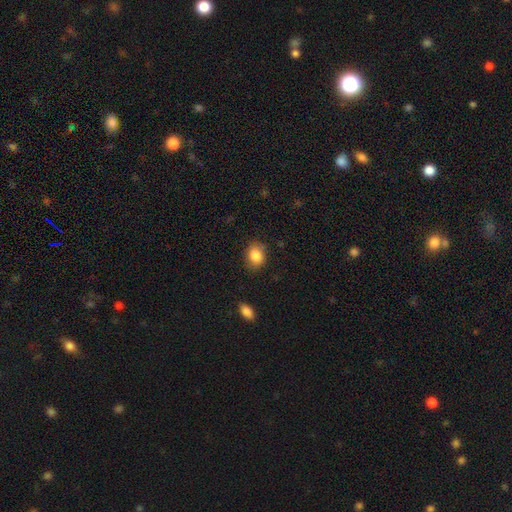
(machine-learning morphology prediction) type=smooth (85%); roundness=in between (57%); merging=none (78%).